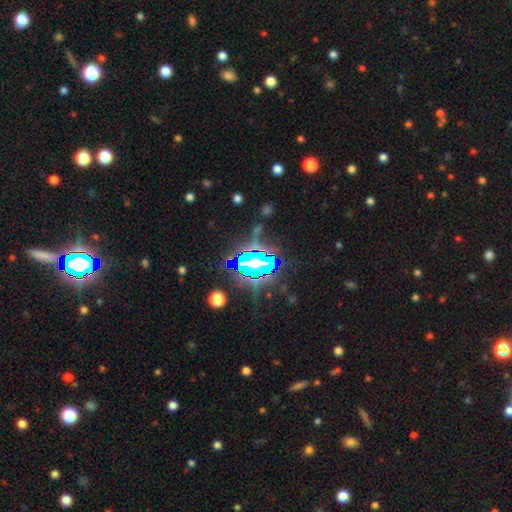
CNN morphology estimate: This is likely a star or artifact rather than a galaxy (72%).